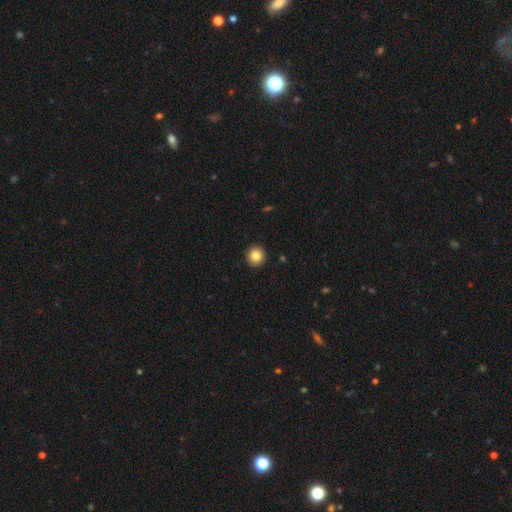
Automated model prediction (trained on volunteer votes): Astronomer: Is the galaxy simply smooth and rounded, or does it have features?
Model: smooth — 84%.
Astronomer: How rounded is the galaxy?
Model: round — 94%.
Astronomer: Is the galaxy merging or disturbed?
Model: none — 93%.